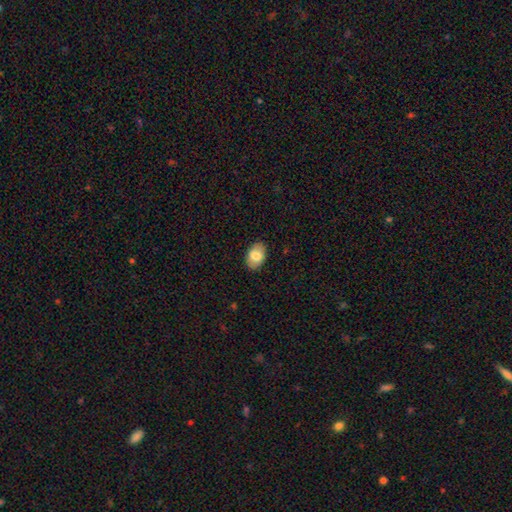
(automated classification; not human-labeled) The model was most divided on "smooth or featured": smooth: 79%, featured or disk: 14%, star or artifact: 7%. More confident: merging — none (88%); how rounded — in between (88%).